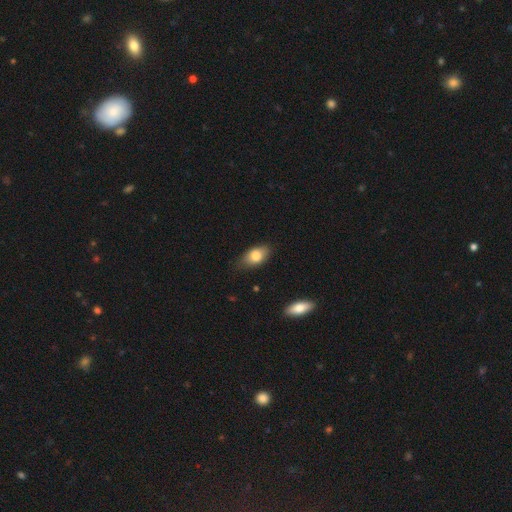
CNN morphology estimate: A smooth galaxy with no disk features (80%) that is in between round and cigar-shaped (89%). Merging: none (76%).